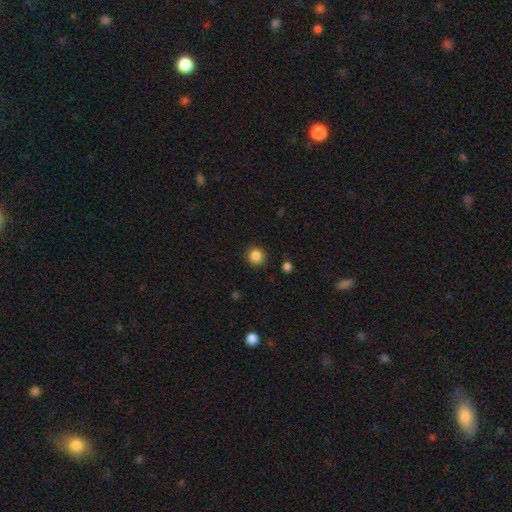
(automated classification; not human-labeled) A smooth galaxy with no disk features (86%) that is round (93%). Merging: none (89%).